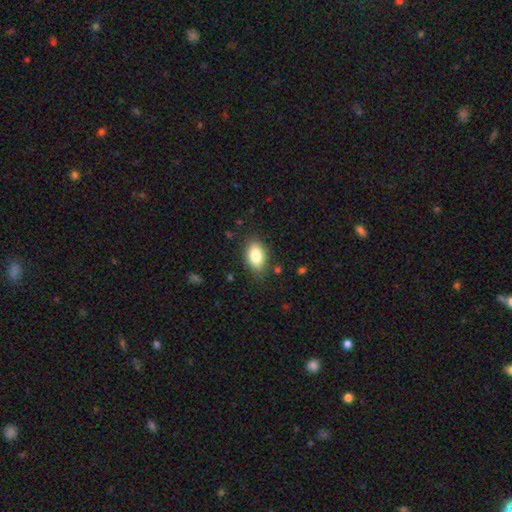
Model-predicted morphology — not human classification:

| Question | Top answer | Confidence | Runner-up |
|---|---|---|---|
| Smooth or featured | smooth | 85% | featured or disk (8%) |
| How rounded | in between | 90% | round (8%) |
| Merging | none | 82% | minor disturbance (13%) |